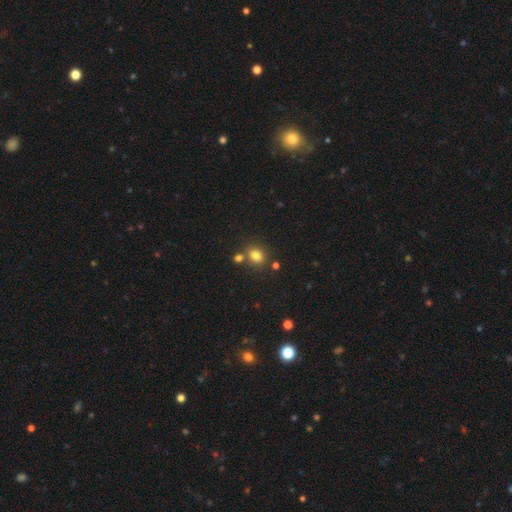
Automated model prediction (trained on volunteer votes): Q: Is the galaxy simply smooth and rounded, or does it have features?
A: smooth — 79%.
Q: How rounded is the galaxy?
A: round — 54%.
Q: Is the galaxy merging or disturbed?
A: none — 70%.